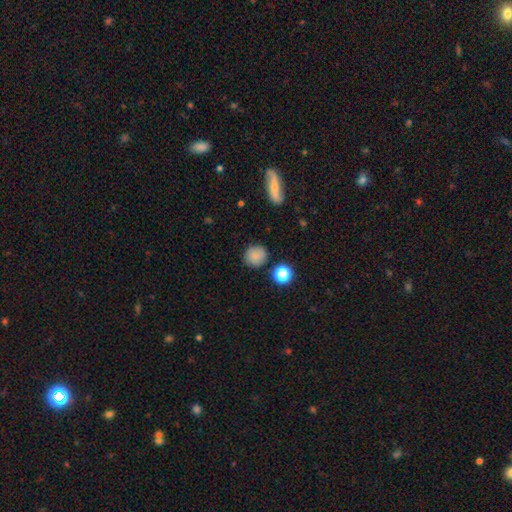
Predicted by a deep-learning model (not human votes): smooth-or-featured: smooth: 83% | star or artifact: 11% | featured or disk: 5%
  how-rounded: round: 87% | in between: 11% | cigar-shaped: 1%
  merging: none: 83% | minor disturbance: 11% | merger: 3% | major disturbance: 3%